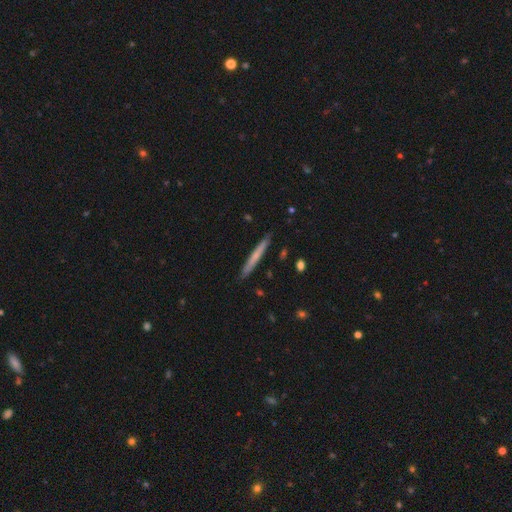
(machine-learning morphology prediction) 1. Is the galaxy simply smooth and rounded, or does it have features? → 56% smooth, 38% featured or disk, 6% star or artifact.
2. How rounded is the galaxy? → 97% cigar-shaped, 2% in between, 1% round.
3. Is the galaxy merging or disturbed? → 90% none, 7% minor disturbance, 1% merger, 1% major disturbance.